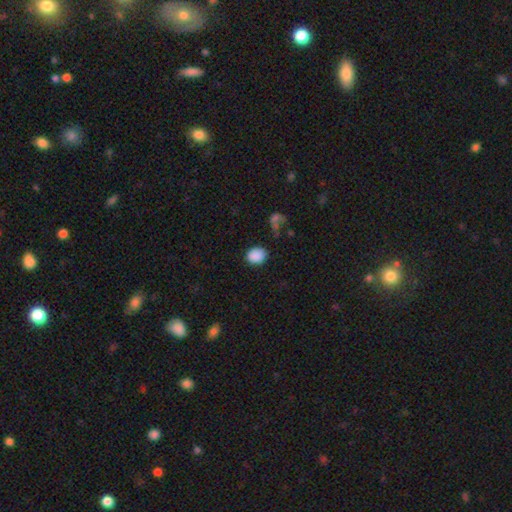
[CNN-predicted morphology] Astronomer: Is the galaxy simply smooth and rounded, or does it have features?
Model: smooth — 88%.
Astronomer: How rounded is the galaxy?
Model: round — 52% (runner-up: in between, 47%).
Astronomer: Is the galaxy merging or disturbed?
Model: none — 80%.